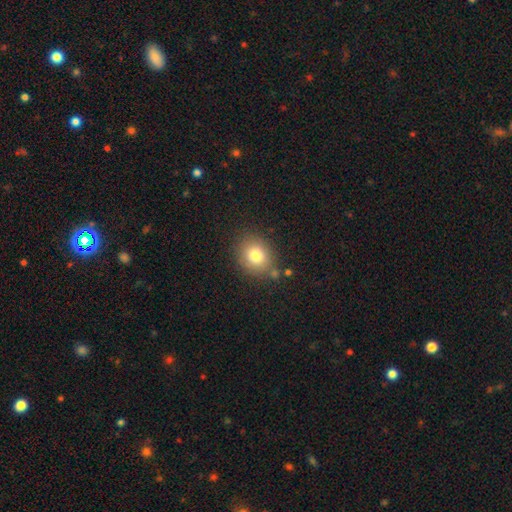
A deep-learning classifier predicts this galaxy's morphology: smooth_or_featured: smooth (p=0.79) [alt: star or artifact p=0.11]
how_rounded: round (p=0.67) [alt: in between p=0.32]
merging: none (p=0.78) [alt: minor disturbance p=0.13]